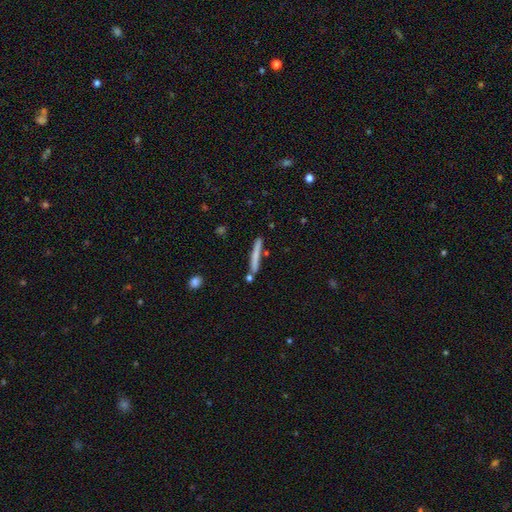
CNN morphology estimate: smooth-or-featured: smooth: 64% | featured or disk: 30% | star or artifact: 6%
  how-rounded: cigar-shaped: 96% | in between: 3% | round: 2%
  merging: none: 78% | minor disturbance: 12% | merger: 7% | major disturbance: 3%